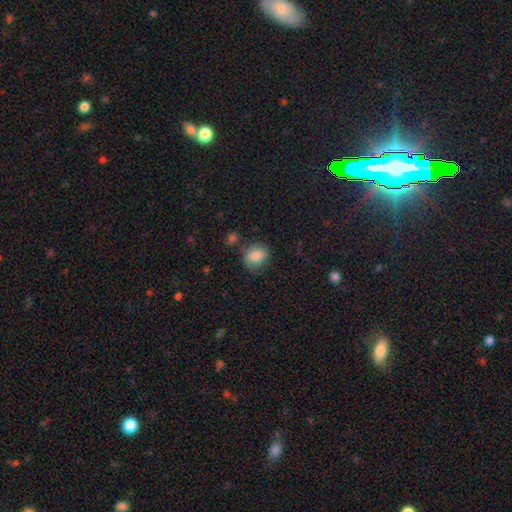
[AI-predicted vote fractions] smooth 82%, featured or disk 9%, star or artifact 9%. Down the decision tree: how rounded — round (55%); merging — none (67%).